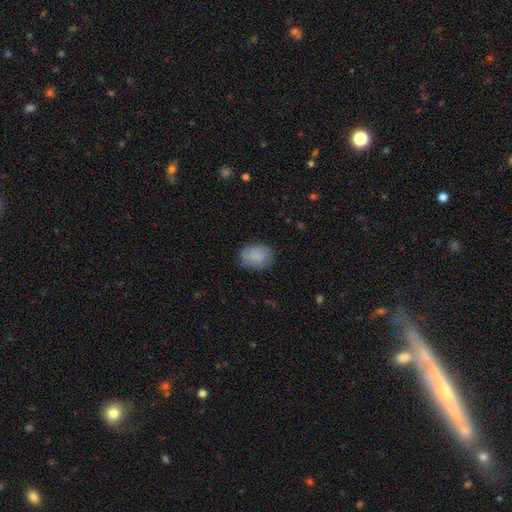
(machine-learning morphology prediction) type=smooth (74%); roundness=in between (62%); merging=none (68%).